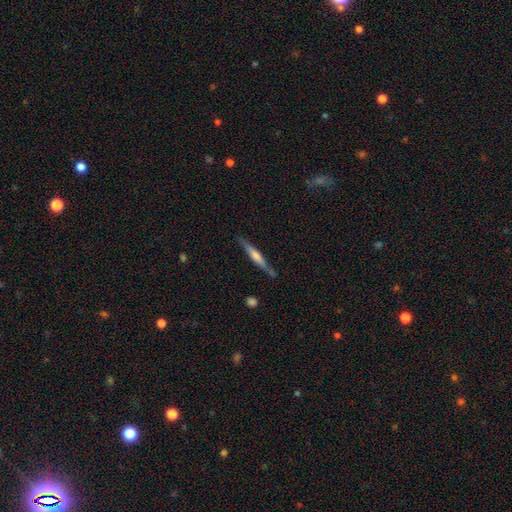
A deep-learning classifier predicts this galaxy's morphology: type=featured or disk (62%); edge-on=yes (96%); edge-on bulge=rounded (58%); merging=none (84%).